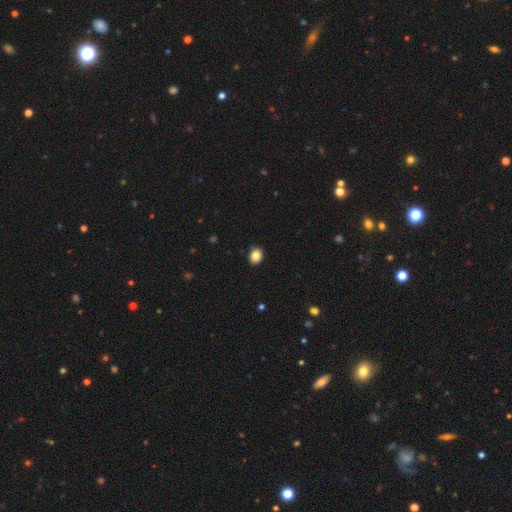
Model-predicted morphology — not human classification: Smooth or featured?
  - smooth: 86% *
  - star or artifact: 9%
  - featured or disk: 5%
How rounded?
  - round: 52% *
  - in between: 47%
  - cigar-shaped: 1%
Merging?
  - none: 89% *
  - minor disturbance: 8%
  - major disturbance: 2%
  - merger: 1%